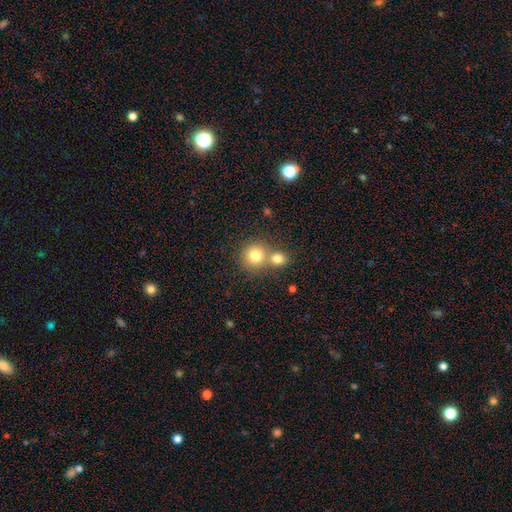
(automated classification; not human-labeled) A smooth galaxy with no disk features (78%) that is round (89%).

Vote fractions:
- Smooth or featured? smooth: 78% / star or artifact: 12% / featured or disk: 11%
- How rounded? round: 89% / in between: 10% / cigar-shaped: 1%
- Merging? none: 49% / merger: 42% / minor disturbance: 6% / major disturbance: 3%